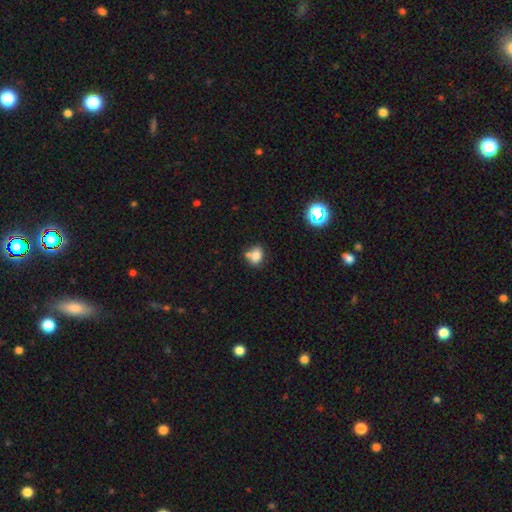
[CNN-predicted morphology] The model was most divided on "how rounded": in between: 55%, round: 43%, cigar-shaped: 1%. More confident: smooth or featured — smooth (77%); merging — none (53%).